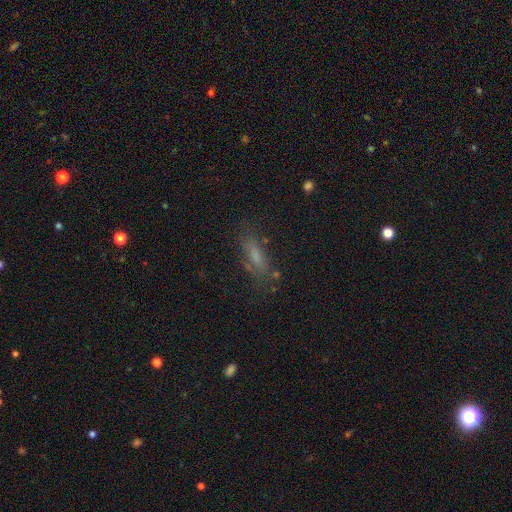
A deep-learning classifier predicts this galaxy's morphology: smooth_or_featured: smooth (p=0.60) [alt: featured or disk p=0.23]
how_rounded: cigar-shaped (p=0.53) [alt: in between p=0.44]
merging: none (p=0.69) [alt: minor disturbance p=0.19]